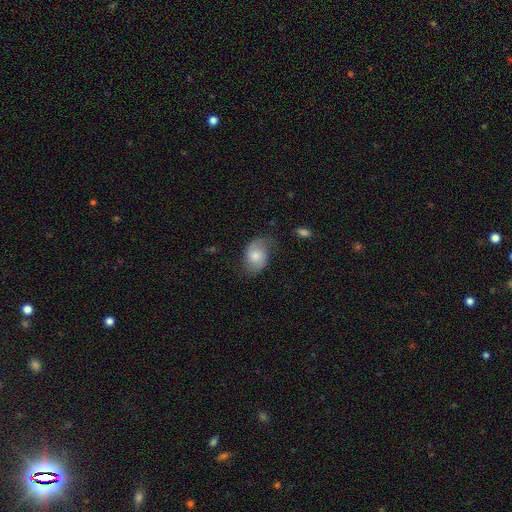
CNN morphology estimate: Smooth or featured: smooth — 48% (featured or disk — 44%)
Merging: none — 62% (minor disturbance — 26%)